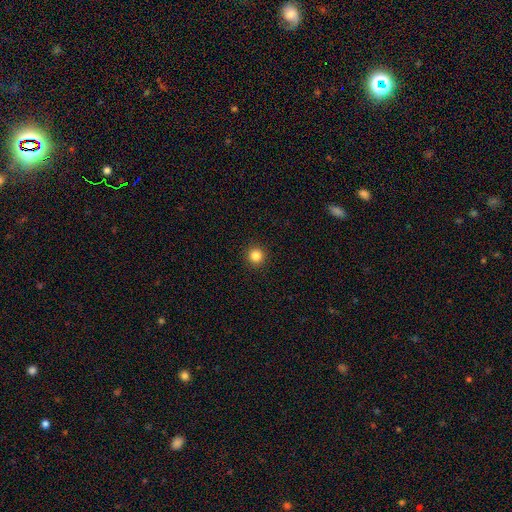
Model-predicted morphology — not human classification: smooth_or_featured: smooth (p=0.84) [alt: star or artifact p=0.12]
how_rounded: round (p=0.95) [alt: in between p=0.04]
merging: none (p=0.93) [alt: minor disturbance p=0.04]